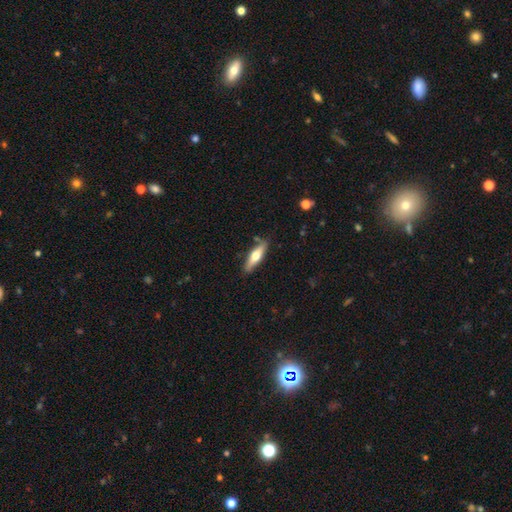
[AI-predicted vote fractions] Smooth or featured: smooth — 52% (featured or disk — 43%)
How rounded: cigar-shaped — 65% (in between — 33%)
Merging: none — 83% (minor disturbance — 12%)